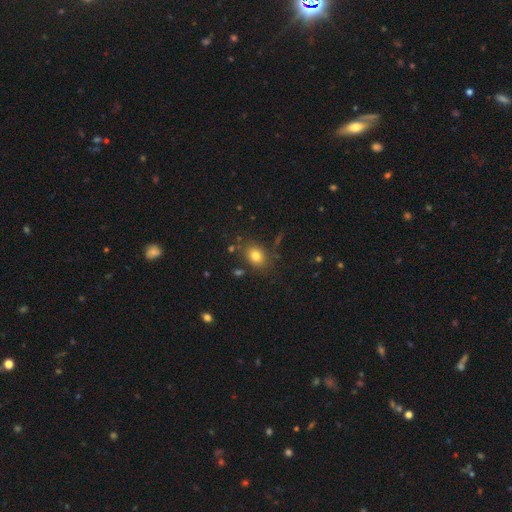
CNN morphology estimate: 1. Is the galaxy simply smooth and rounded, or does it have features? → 79% smooth, 12% star or artifact, 9% featured or disk.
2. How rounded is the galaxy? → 55% in between, 44% round, 1% cigar-shaped.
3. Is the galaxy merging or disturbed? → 80% none, 12% minor disturbance, 4% merger, 4% major disturbance.